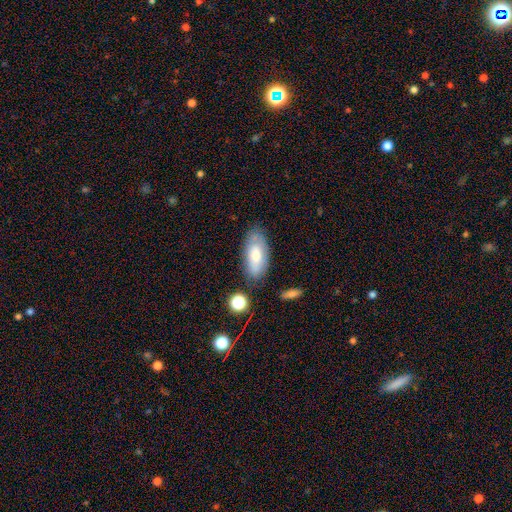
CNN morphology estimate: Smooth or featured?
  - smooth: 68% *
  - featured or disk: 24%
  - star or artifact: 7%
How rounded?
  - in between: 88% *
  - cigar-shaped: 10%
  - round: 3%
Merging?
  - none: 70% *
  - minor disturbance: 19%
  - major disturbance: 5%
  - merger: 5%